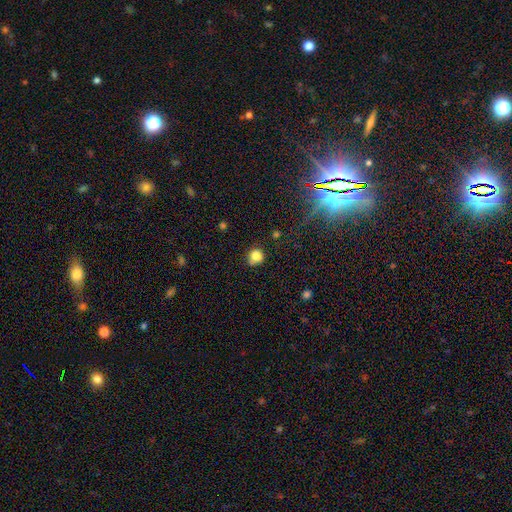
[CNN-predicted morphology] Smooth or featured? Predicted: smooth (p=0.82). How rounded? Predicted: round (p=0.82). Merging? Predicted: none (p=0.69).